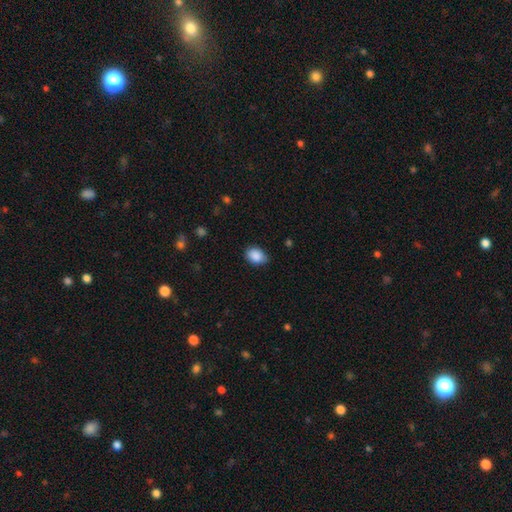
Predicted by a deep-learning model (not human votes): smooth-or-featured: smooth: 88% | star or artifact: 7% | featured or disk: 4%
  how-rounded: in between: 74% | round: 25% | cigar-shaped: 1%
  merging: none: 75% | minor disturbance: 21% | major disturbance: 3% | merger: 1%